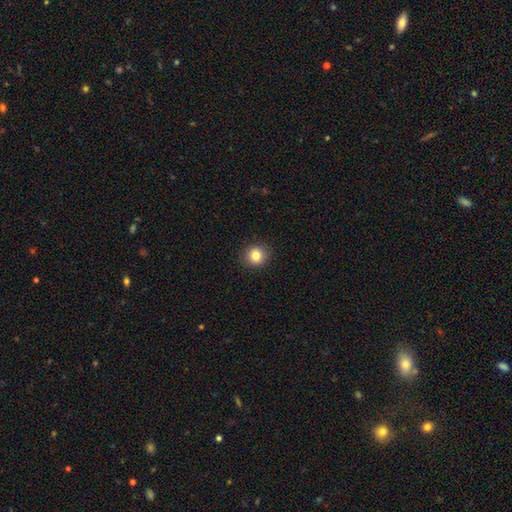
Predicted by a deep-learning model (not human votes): smooth 83%, star or artifact 11%, featured or disk 6%. Down the decision tree: how rounded — round (89%); merging — none (92%).